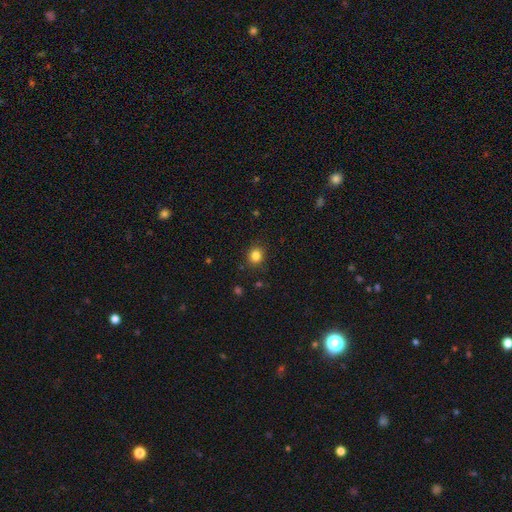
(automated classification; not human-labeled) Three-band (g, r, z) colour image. It shows a smooth galaxy with no disk features (84%) that is round (79%). Merging: none (89%).